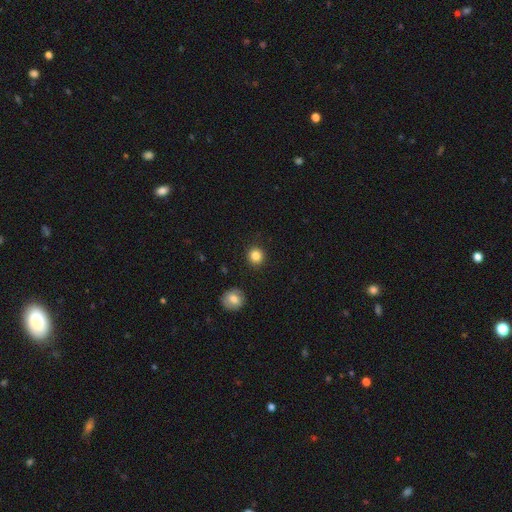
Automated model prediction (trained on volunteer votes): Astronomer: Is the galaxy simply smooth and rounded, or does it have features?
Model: smooth — 85%.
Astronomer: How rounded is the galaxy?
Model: round — 92%.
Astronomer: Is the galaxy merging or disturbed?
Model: none — 91%.